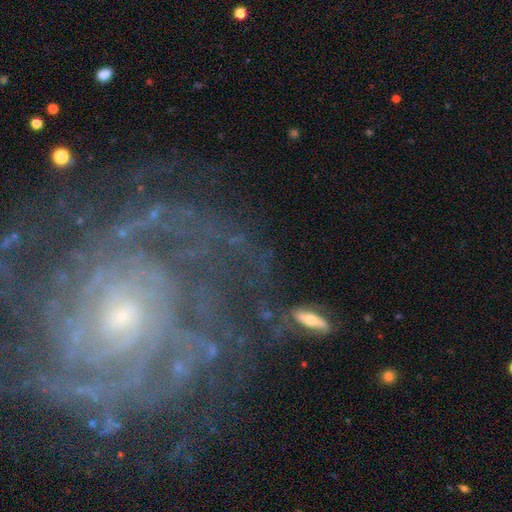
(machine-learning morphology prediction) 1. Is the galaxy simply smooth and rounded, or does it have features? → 81% featured or disk, 10% star or artifact, 9% smooth.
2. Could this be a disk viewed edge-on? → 96% no, 4% yes.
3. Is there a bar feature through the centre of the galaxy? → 65% no, 24% weak, 11% strong.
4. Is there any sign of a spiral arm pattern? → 91% yes, 9% no.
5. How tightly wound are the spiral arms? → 72% tight, 21% medium, 7% loose.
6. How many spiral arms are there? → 37% can't tell, 15% 2, 13% more than 4, 13% 4, 13% 3, 9% 1.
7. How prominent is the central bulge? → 70% small, 21% moderate, 3% none, 3% large, 2% dominant.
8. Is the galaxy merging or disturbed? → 67% none, 16% minor disturbance, 14% major disturbance, 4% merger.